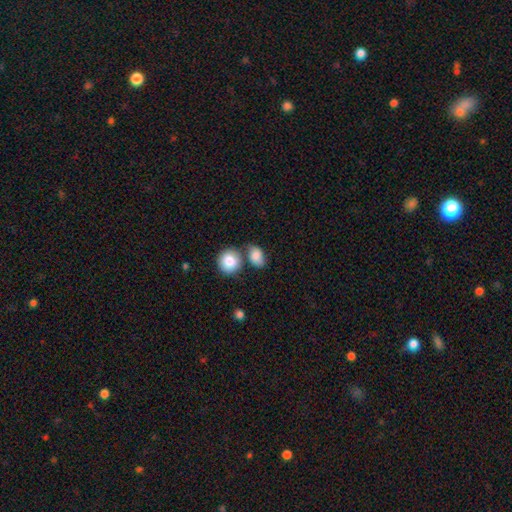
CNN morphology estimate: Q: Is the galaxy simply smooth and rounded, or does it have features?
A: smooth — 84%.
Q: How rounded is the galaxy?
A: in between — 71%.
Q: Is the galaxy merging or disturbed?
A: none — 50%.